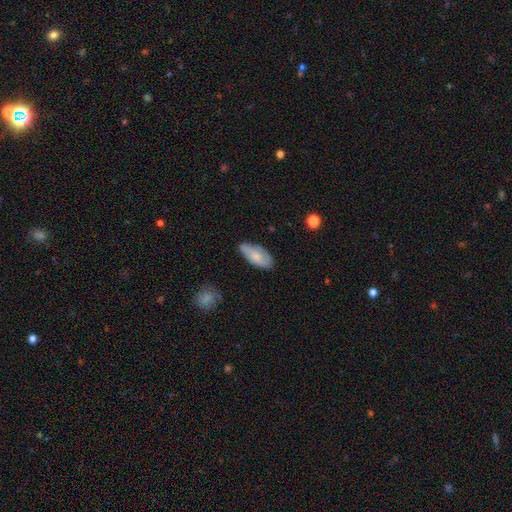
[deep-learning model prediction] Morphology: type=smooth (66%); roundness=in between (88%); merging=none (70%).